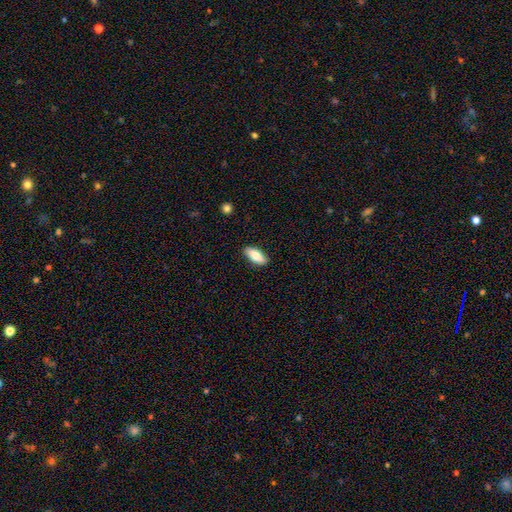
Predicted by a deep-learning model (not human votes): Q: Smooth or featured?
A: smooth (81%); runner-up: featured or disk (13%)
Q: How rounded?
A: in between (78%); runner-up: cigar-shaped (20%)
Q: Merging?
A: none (87%); runner-up: minor disturbance (10%)